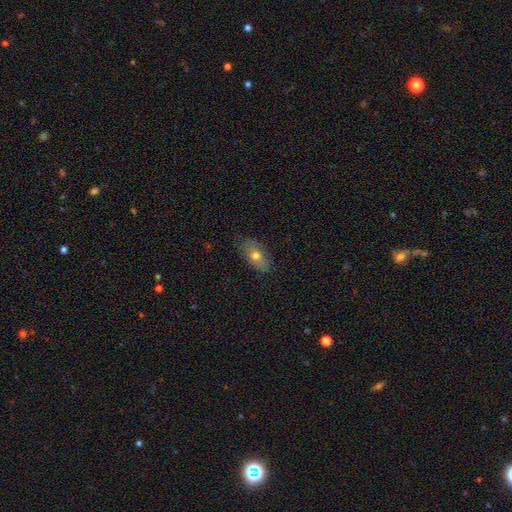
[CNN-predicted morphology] Smooth or featured?
  - smooth: 66% *
  - featured or disk: 25%
  - star or artifact: 8%
How rounded?
  - in between: 86% *
  - cigar-shaped: 7%
  - round: 7%
Merging?
  - none: 78% *
  - minor disturbance: 17%
  - major disturbance: 3%
  - merger: 1%